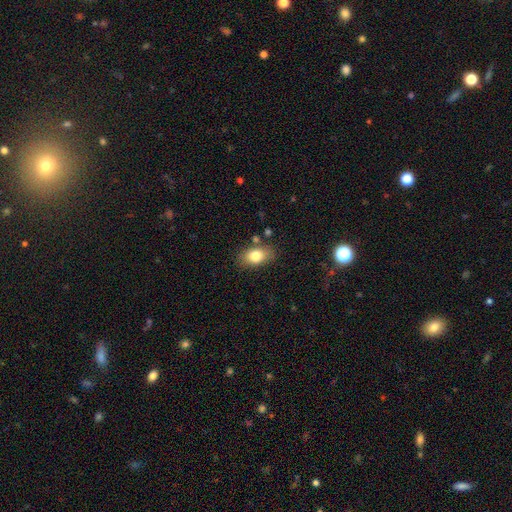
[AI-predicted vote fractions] Q: Smooth or featured?
A: smooth (81%); runner-up: featured or disk (11%)
Q: How rounded?
A: in between (85%); runner-up: round (13%)
Q: Merging?
A: none (77%); runner-up: minor disturbance (15%)